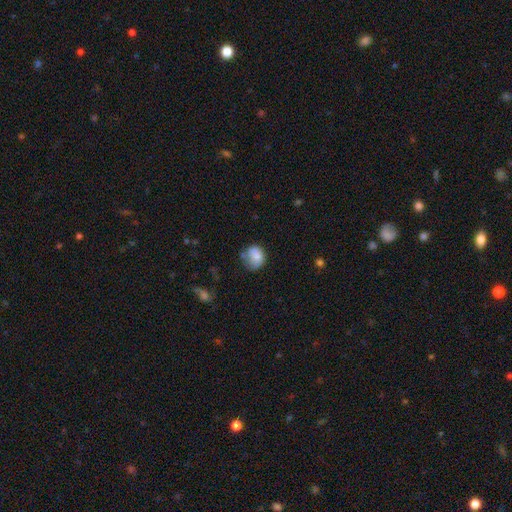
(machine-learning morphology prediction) A smooth galaxy with no disk features (79%) that is round (60%). Merging: none (50%).